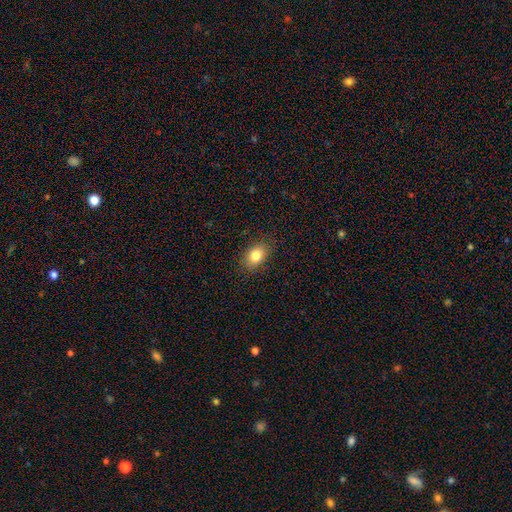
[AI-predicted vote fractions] smooth 82%, star or artifact 9%, featured or disk 8%. Down the decision tree: how rounded — in between (79%); merging — none (87%).